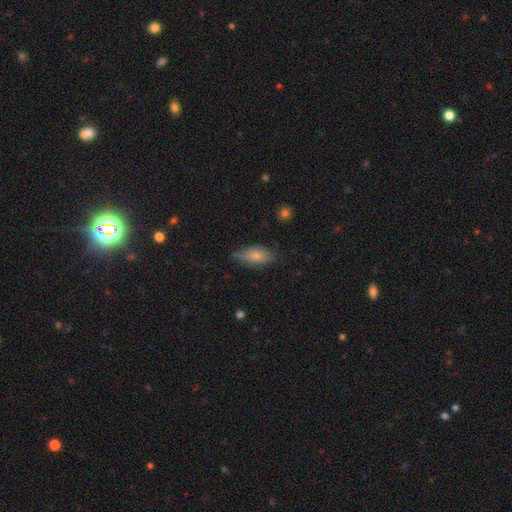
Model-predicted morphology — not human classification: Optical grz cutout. It shows a smooth galaxy with no disk features (72%) that is in between round and cigar-shaped (86%). Merging: none (60%).